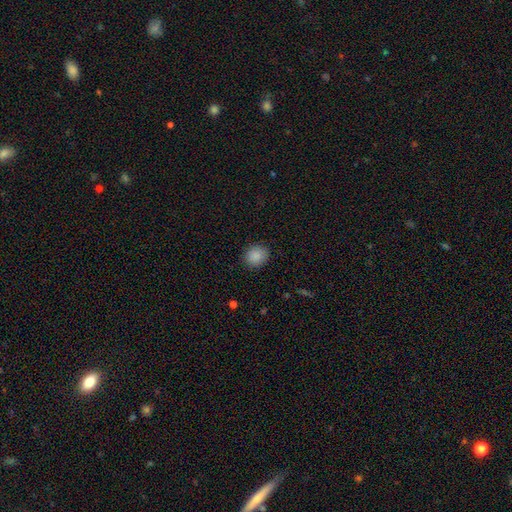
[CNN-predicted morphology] Smooth or featured? smooth (88%)
How rounded? round (78%)
Merging? none (89%)